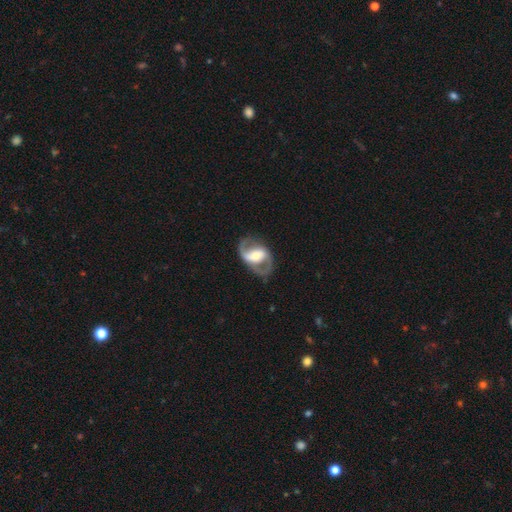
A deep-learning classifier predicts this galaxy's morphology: Overall: featured or disk (84%). Edge-on disk: no (96%). Bar: strong (40%; weak 35%). Spiral arms: yes (89%). Spiral arm count: 2 (90%). Spiral winding: medium (51%; loose 34%). Bulge size: moderate (59%; small 27%). Merging: none (78%).